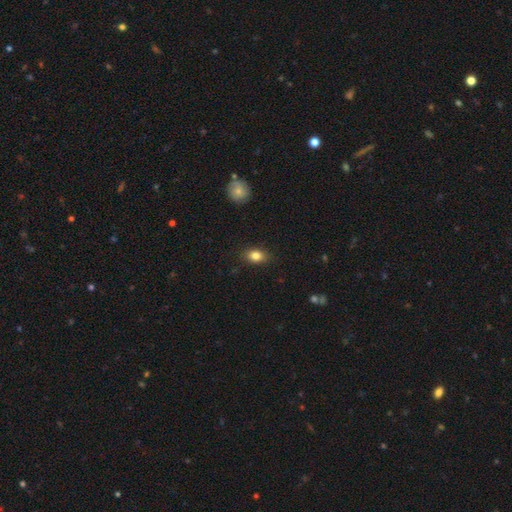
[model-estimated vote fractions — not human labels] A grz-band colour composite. It shows a smooth galaxy with no disk features (84%) that is in between round and cigar-shaped (76%). Merging: none (84%).